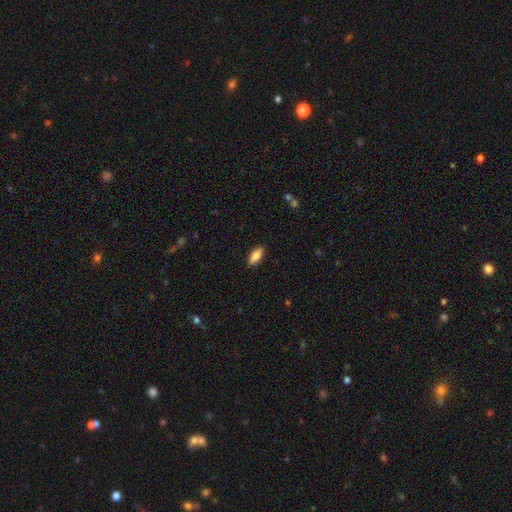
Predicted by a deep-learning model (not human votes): Q: Smooth or featured?
A: smooth (79%); runner-up: featured or disk (15%)
Q: How rounded?
A: in between (76%); runner-up: cigar-shaped (21%)
Q: Merging?
A: none (88%); runner-up: minor disturbance (9%)